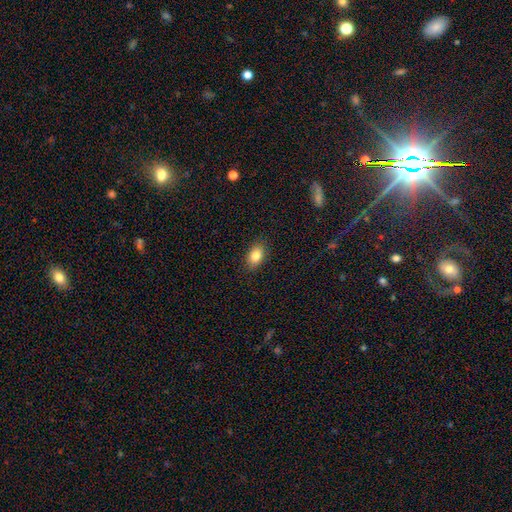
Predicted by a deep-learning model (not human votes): Smooth or featured? smooth (84%)
How rounded? in between (88%)
Merging? none (88%)